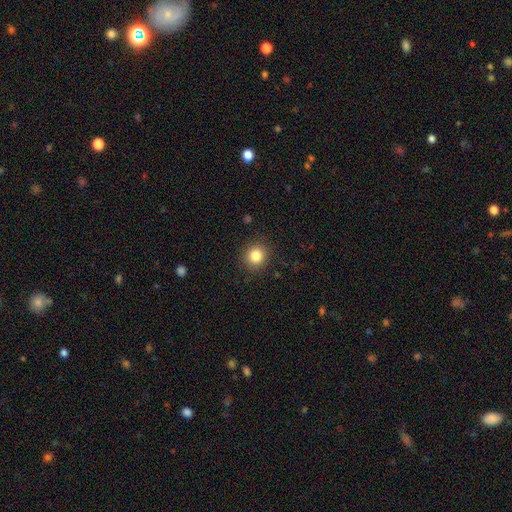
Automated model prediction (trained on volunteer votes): Smooth or featured? Predicted: smooth (p=0.83). How rounded? Predicted: round (p=0.88). Merging? Predicted: none (p=0.89).